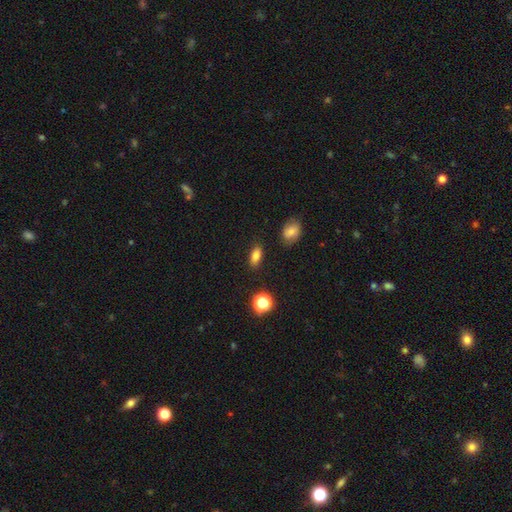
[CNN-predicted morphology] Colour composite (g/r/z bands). It shows a smooth galaxy with no disk features (81%) that is in between round and cigar-shaped (83%). Merging: none (87%).